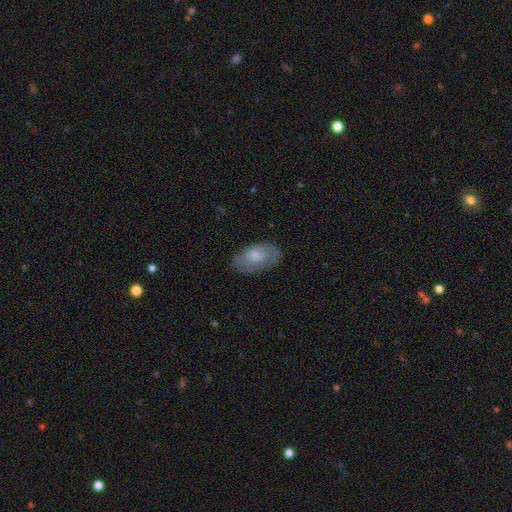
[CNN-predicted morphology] Smooth or featured? Predicted: smooth (p=0.65). How rounded? Predicted: in between (p=0.93). Merging? Predicted: none (p=0.71).